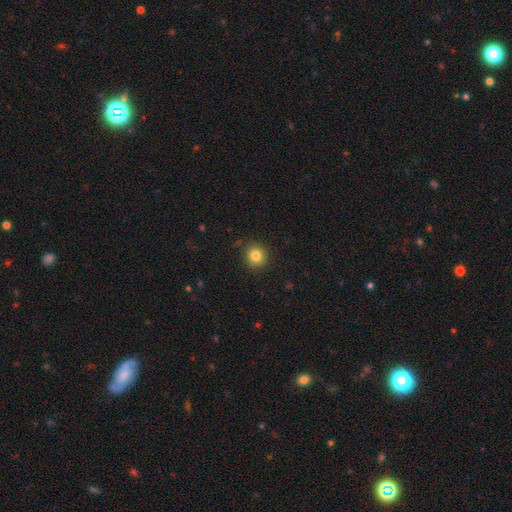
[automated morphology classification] Smooth or featured? Predicted: smooth (p=0.83). How rounded? Predicted: round (p=0.91). Merging? Predicted: none (p=0.90).